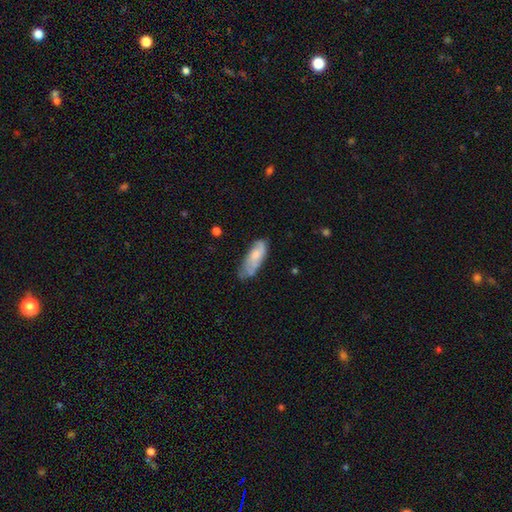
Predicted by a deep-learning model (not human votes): This appears to be a smooth galaxy with no disk features (65%) that is in between round and cigar-shaped (70%). Merging: none (44%).